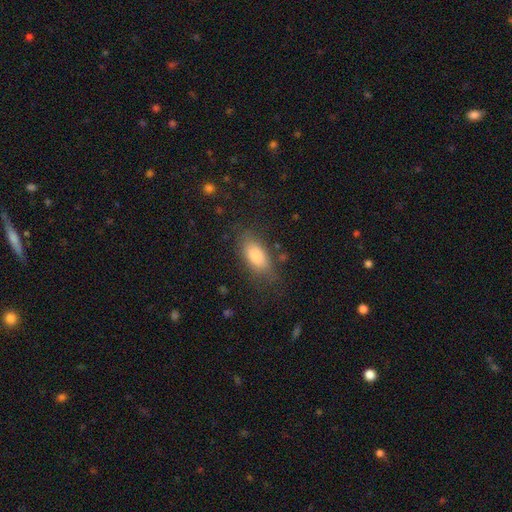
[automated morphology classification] Overall: smooth (79%). How rounded: in between (85%). Merging: none (73%).